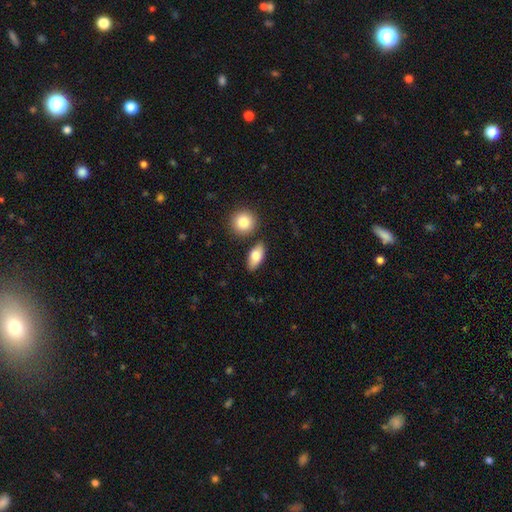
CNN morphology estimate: Smooth or featured? smooth (77%)
How rounded? in between (84%)
Merging? none (79%)